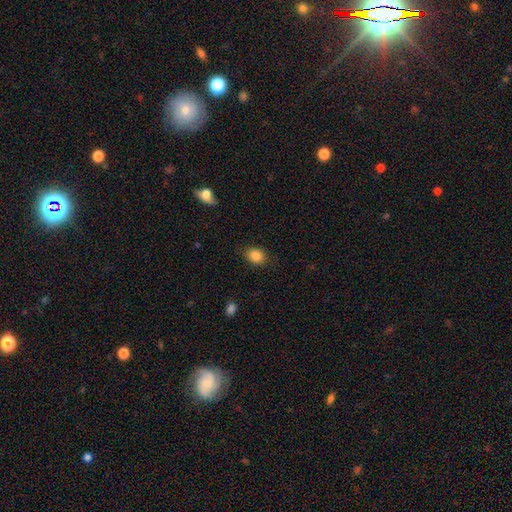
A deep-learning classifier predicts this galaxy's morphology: A smooth galaxy with no disk features (86%) that is in between round and cigar-shaped (53%).

Vote fractions:
- Smooth or featured? smooth: 86% / star or artifact: 9% / featured or disk: 5%
- How rounded? in between: 53% / round: 46% / cigar-shaped: 1%
- Merging? none: 84% / minor disturbance: 12% / major disturbance: 3% / merger: 1%